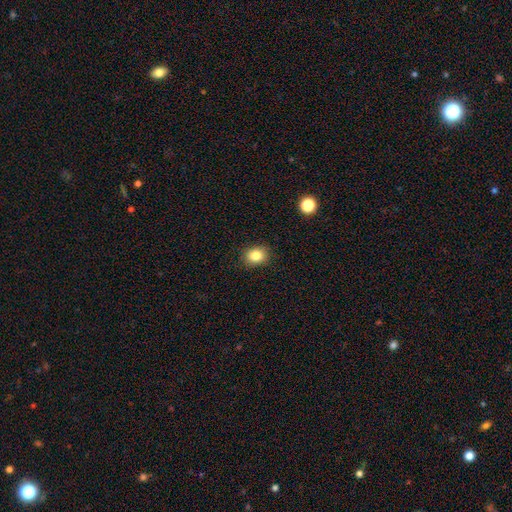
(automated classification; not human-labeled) smooth-or-featured: smooth: 83% | star or artifact: 11% | featured or disk: 6%
  how-rounded: round: 57% | in between: 42% | cigar-shaped: 1%
  merging: none: 88% | minor disturbance: 9% | major disturbance: 2% | merger: 1%